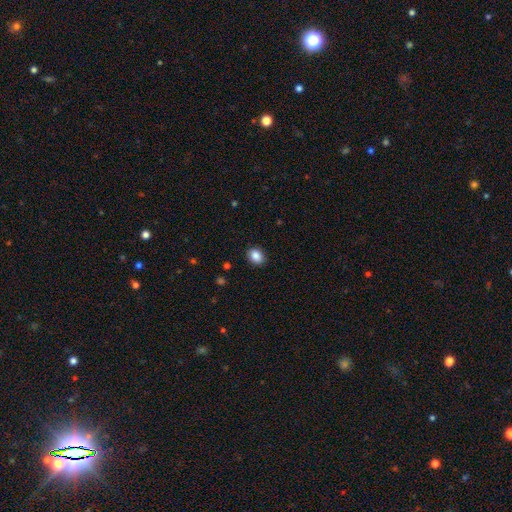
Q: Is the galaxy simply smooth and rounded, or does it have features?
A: smooth — 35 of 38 (92%).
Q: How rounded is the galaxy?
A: in between — 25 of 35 (71%).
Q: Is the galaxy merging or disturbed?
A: none — 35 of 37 (95%).